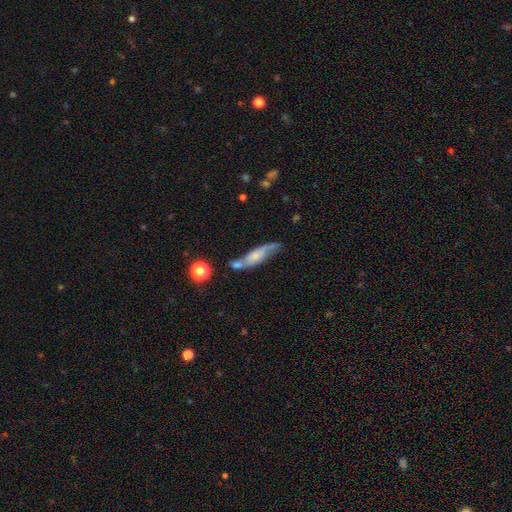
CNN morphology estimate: featured or disk 48%, smooth 43%, star or artifact 8%. Down the decision tree: merging — none (40%).